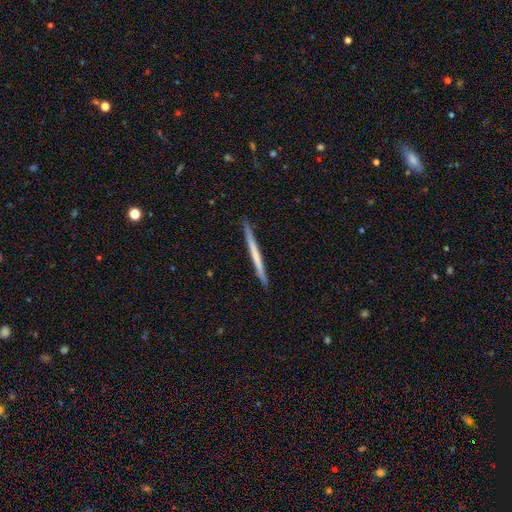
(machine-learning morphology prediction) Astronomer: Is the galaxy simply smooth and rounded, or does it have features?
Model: smooth — 50% (runner-up: featured or disk, 45%).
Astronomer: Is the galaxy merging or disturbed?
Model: none — 92%.